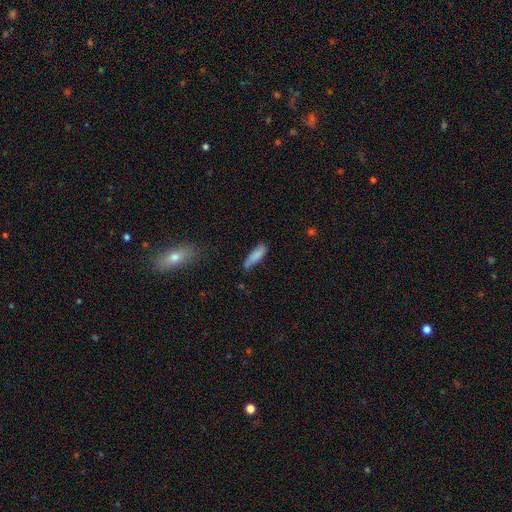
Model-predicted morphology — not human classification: A smooth galaxy with no disk features (82%) that is cigar-shaped (53%).

Vote fractions:
- Smooth or featured? smooth: 82% / featured or disk: 11% / star or artifact: 7%
- How rounded? cigar-shaped: 53% / in between: 46% / round: 2%
- Merging? none: 57% / minor disturbance: 31% / major disturbance: 8% / merger: 4%